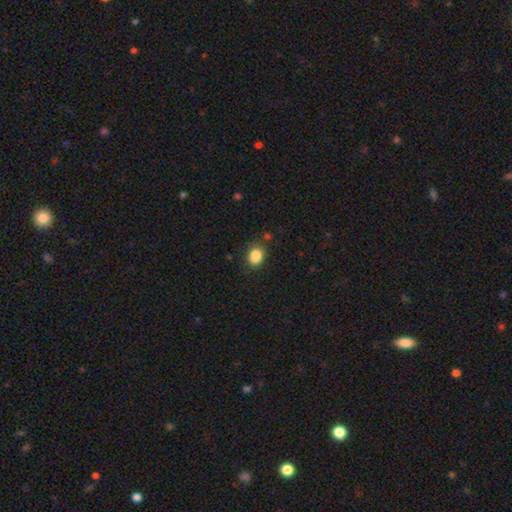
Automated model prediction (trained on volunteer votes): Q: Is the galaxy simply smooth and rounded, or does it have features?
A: smooth — 84%.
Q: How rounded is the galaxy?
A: in between — 60%.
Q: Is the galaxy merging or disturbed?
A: none — 67%.